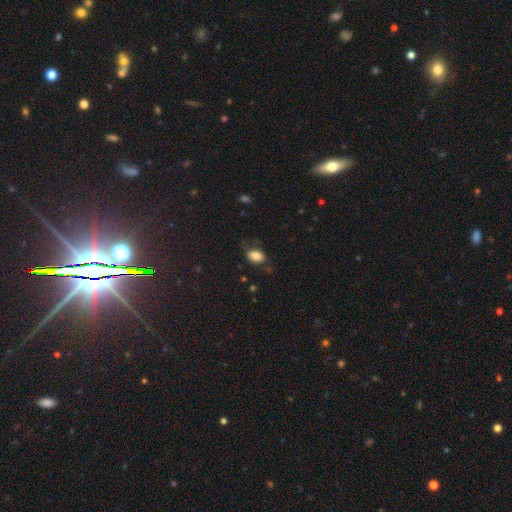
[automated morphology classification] smooth-or-featured: smooth: 81% | featured or disk: 10% | star or artifact: 9%
  how-rounded: in between: 84% | round: 15% | cigar-shaped: 1%
  merging: none: 65% | minor disturbance: 24% | major disturbance: 9% | merger: 2%